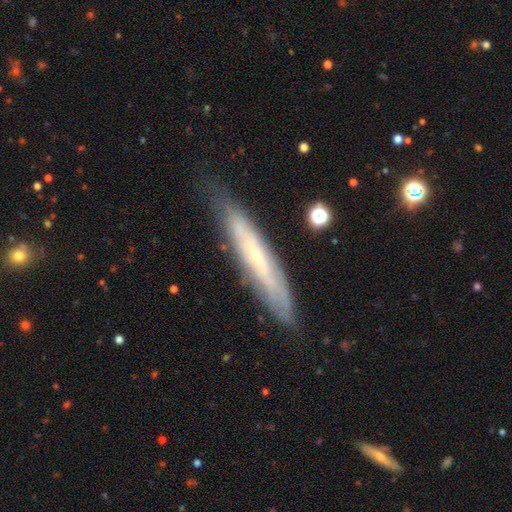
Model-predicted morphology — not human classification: A featured or disk galaxy (61%) viewed edge-on (68%).

Vote fractions:
- Smooth or featured? featured or disk: 61% / smooth: 32% / star or artifact: 7%
- Edge-on disk? yes: 68% / no: 32%
- Merging? none: 78% / minor disturbance: 17% / major disturbance: 4% / merger: 2%